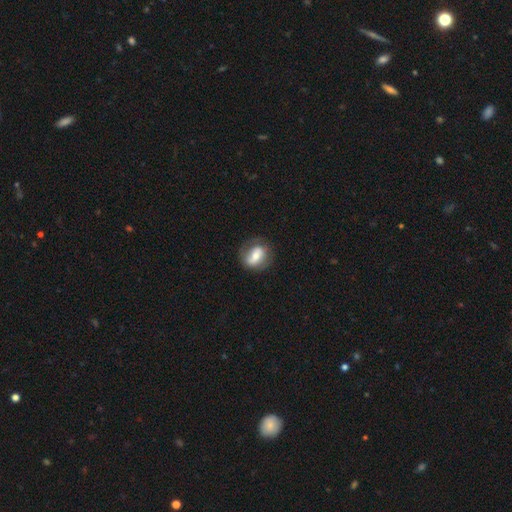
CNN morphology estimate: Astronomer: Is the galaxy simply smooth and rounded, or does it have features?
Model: smooth — 48% (runner-up: featured or disk, 45%).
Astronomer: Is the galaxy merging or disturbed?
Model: none — 71%.